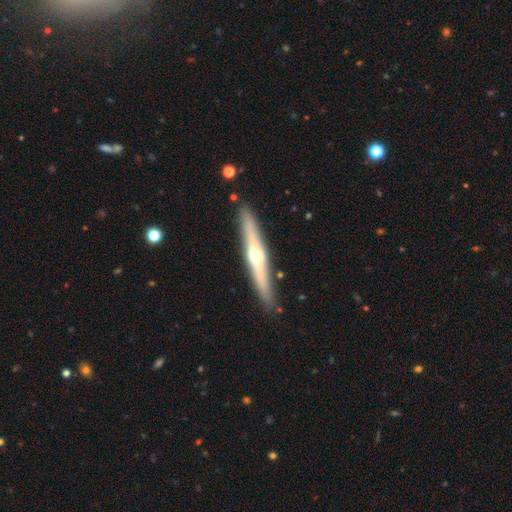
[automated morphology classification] smooth-or-featured: featured or disk: 64% | smooth: 31% | star or artifact: 5%
  disk-edge-on: yes: 95% | no: 5%
    edge-on-bulge: rounded: 88% | none: 9% | boxy: 3%
  merging: none: 89% | minor disturbance: 8% | major disturbance: 2% | merger: 2%